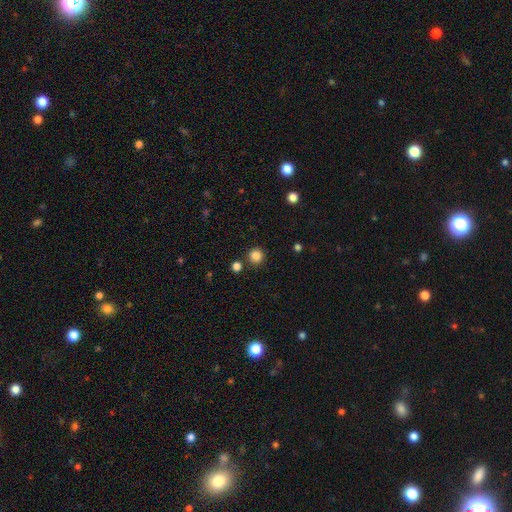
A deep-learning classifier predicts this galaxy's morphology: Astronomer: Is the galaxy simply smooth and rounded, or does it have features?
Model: smooth — 85%.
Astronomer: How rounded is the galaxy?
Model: round — 93%.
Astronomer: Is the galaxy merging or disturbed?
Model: none — 86%.